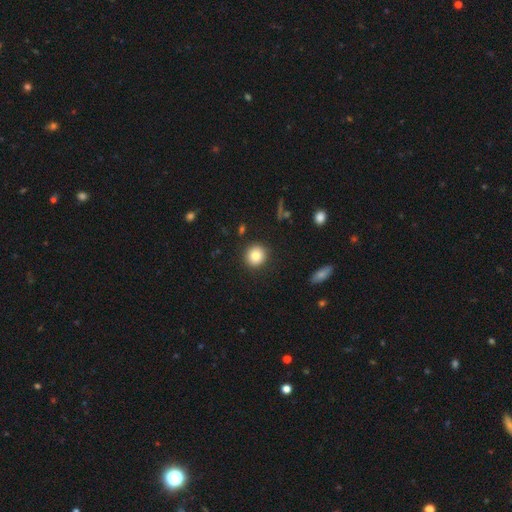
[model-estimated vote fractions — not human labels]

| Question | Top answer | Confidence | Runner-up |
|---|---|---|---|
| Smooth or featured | smooth | 82% | star or artifact (10%) |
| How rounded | round | 91% | in between (8%) |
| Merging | none | 91% | minor disturbance (6%) |